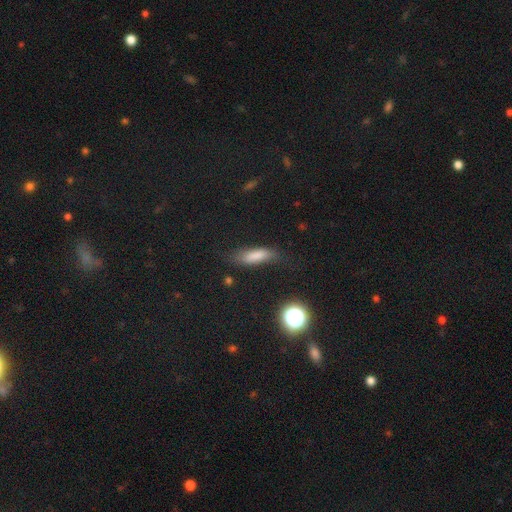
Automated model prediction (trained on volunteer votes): This appears to be a smooth galaxy with no disk features (77%) that is cigar-shaped (49%). Merging: none (63%).